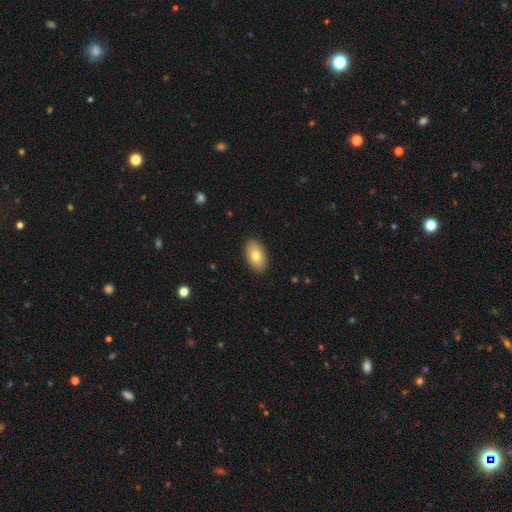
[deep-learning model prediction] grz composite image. It shows a smooth galaxy with no disk features (78%) that is in between round and cigar-shaped (93%). Merging: none (89%).